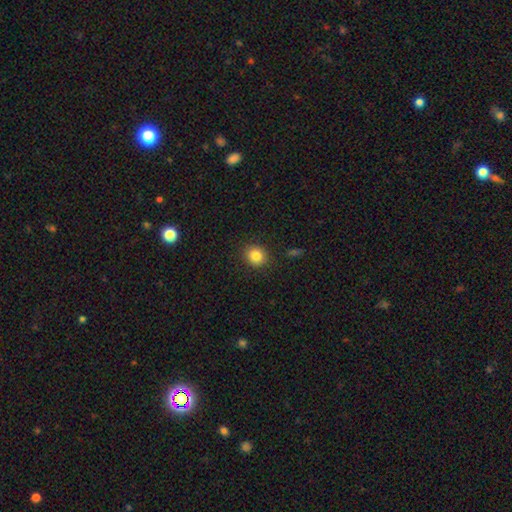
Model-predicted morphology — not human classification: Overall: smooth (83%). How rounded: round (81%). Merging: none (90%).